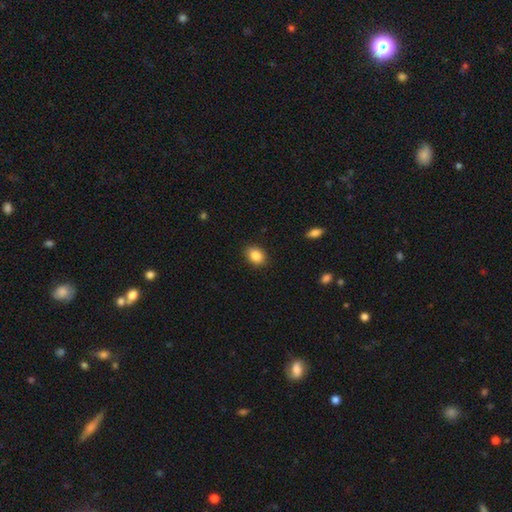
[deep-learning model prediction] Morphology: type=smooth (86%); roundness=in between (67%); merging=none (88%).